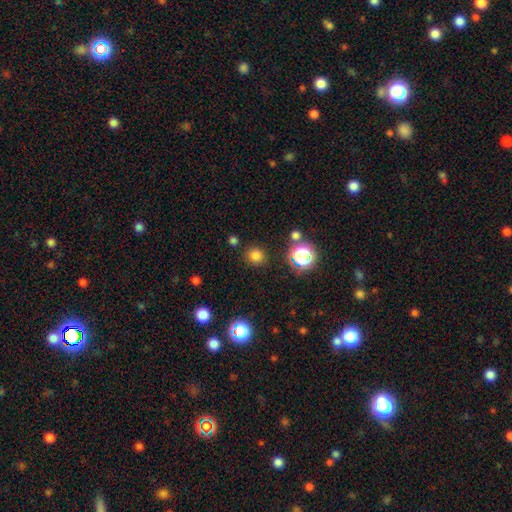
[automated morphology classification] A smooth galaxy with no disk features (76%) that is round (88%).

Vote fractions:
- Smooth or featured? smooth: 76% / star or artifact: 19% / featured or disk: 5%
- How rounded? round: 88% / in between: 11% / cigar-shaped: 1%
- Merging? none: 86% / minor disturbance: 8% / merger: 3% / major disturbance: 3%